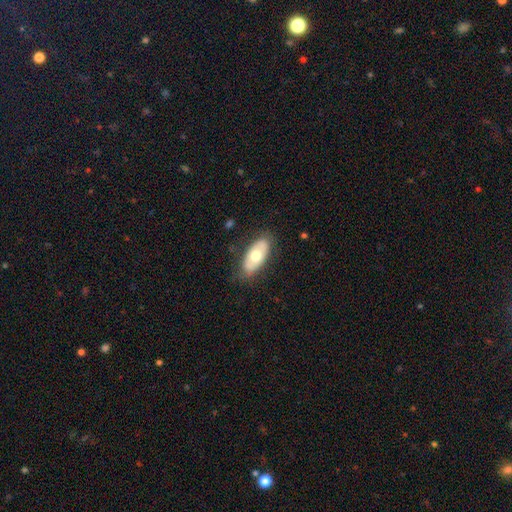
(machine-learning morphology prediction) Smooth or featured: smooth — 59% (featured or disk — 35%)
How rounded: in between — 90% (cigar-shaped — 7%)
Merging: none — 80% (minor disturbance — 15%)